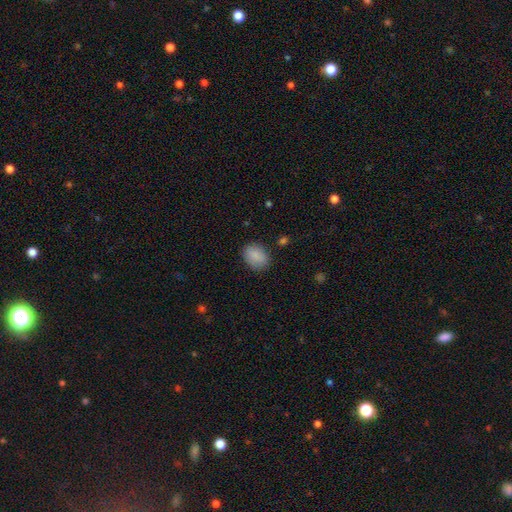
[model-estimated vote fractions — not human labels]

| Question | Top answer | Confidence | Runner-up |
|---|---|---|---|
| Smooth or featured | smooth | 88% | star or artifact (8%) |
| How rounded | in between | 68% | round (31%) |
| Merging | none | 84% | minor disturbance (12%) |